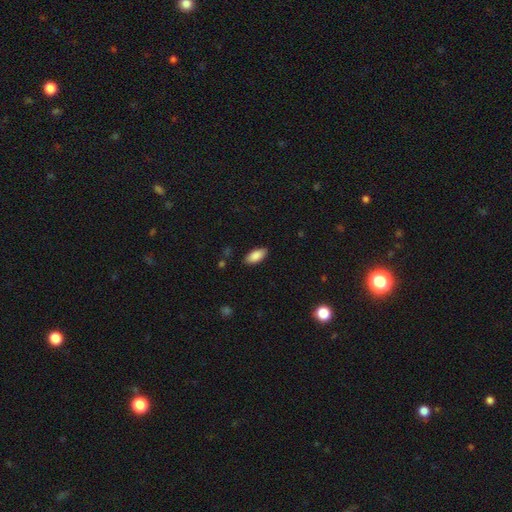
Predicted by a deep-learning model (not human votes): Smooth or featured?
  - smooth: 88% *
  - star or artifact: 7%
  - featured or disk: 6%
How rounded?
  - in between: 90% *
  - cigar-shaped: 8%
  - round: 2%
Merging?
  - none: 86% *
  - minor disturbance: 11%
  - major disturbance: 2%
  - merger: 1%